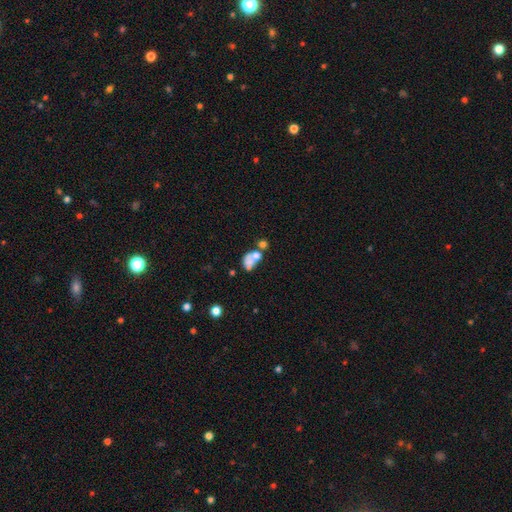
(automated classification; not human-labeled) A smooth galaxy with no disk features (55%) that is in between round and cigar-shaped (68%).

Vote fractions:
- Smooth or featured? smooth: 55% / featured or disk: 32% / star or artifact: 13%
- How rounded? in between: 68% / round: 30% / cigar-shaped: 2%
- Merging? merger: 53% / none: 22% / major disturbance: 14% / minor disturbance: 11%